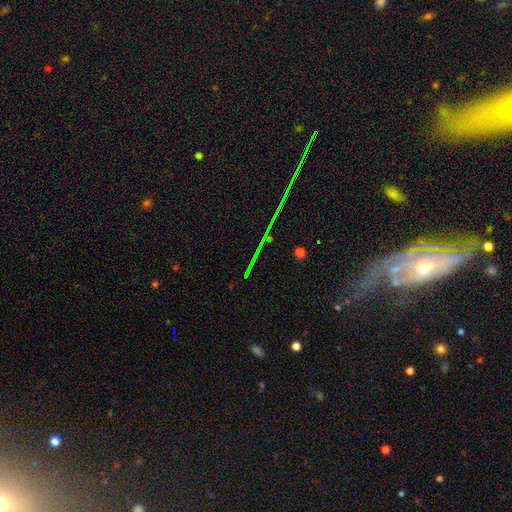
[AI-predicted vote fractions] Smooth or featured: star or artifact — 72% (featured or disk — 16%)